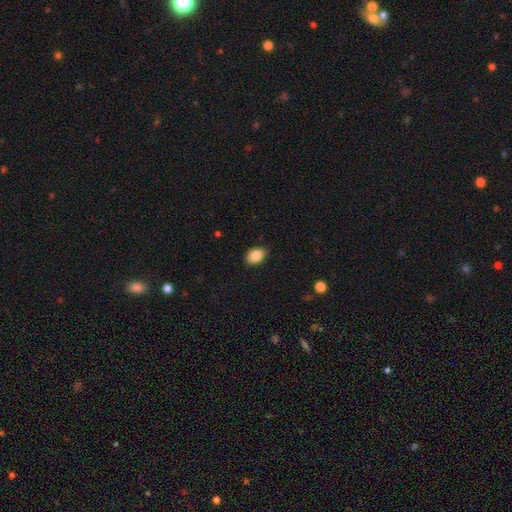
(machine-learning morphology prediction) Smooth or featured: smooth — 83% (featured or disk — 9%)
How rounded: in between — 78% (round — 21%)
Merging: none — 87% (minor disturbance — 10%)